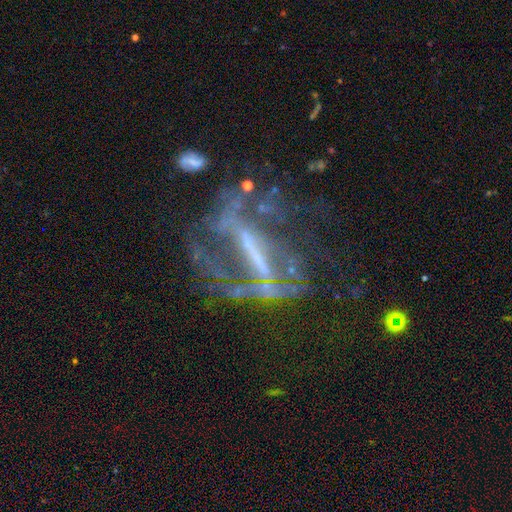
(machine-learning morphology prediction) A featured or disk galaxy (77%) with a strong bar (64%), spiral arms (53%) and no central bulge (39%).

Vote fractions:
- Smooth or featured? featured or disk: 77% / star or artifact: 13% / smooth: 10%
- Edge-on disk? no: 79% / yes: 21%
- Bar? strong: 64% / weak: 19% / no: 16%
- Spiral arms? yes: 53% / no: 47%
- Bulge size? none: 39% / small: 35% / moderate: 20% / large: 4% / dominant: 2%
- Merging? none: 42% / major disturbance: 34% / minor disturbance: 17% / merger: 7%